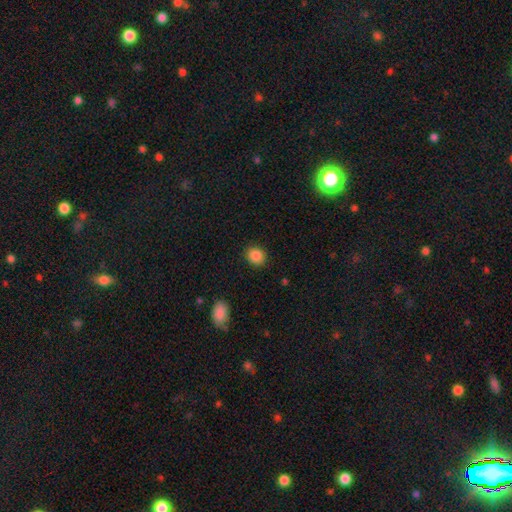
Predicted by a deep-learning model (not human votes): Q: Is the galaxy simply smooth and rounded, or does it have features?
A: smooth — 87%.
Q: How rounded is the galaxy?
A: round — 76%.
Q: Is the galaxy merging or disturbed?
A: none — 89%.